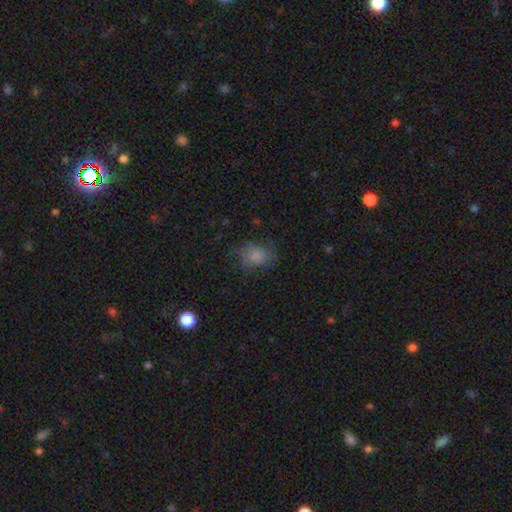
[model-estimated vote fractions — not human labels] A smooth galaxy with no disk features (77%) that is in between round and cigar-shaped (51%).

Vote fractions:
- Smooth or featured? smooth: 77% / featured or disk: 12% / star or artifact: 11%
- How rounded? in between: 51% / round: 48% / cigar-shaped: 1%
- Merging? none: 62% / minor disturbance: 24% / major disturbance: 13% / merger: 1%